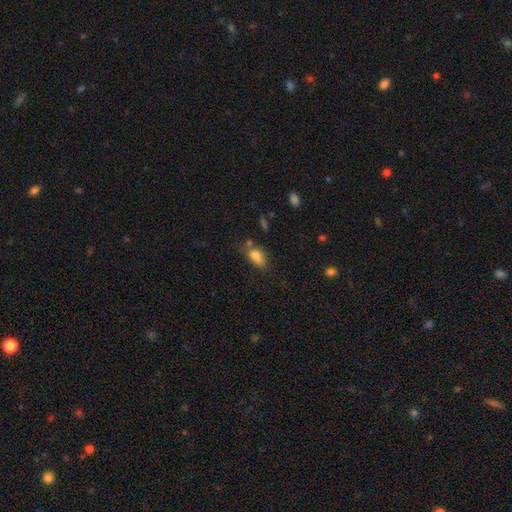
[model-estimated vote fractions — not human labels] Overall: smooth (75%). How rounded: in between (80%). Merging: none (42%; minor disturbance 26%).